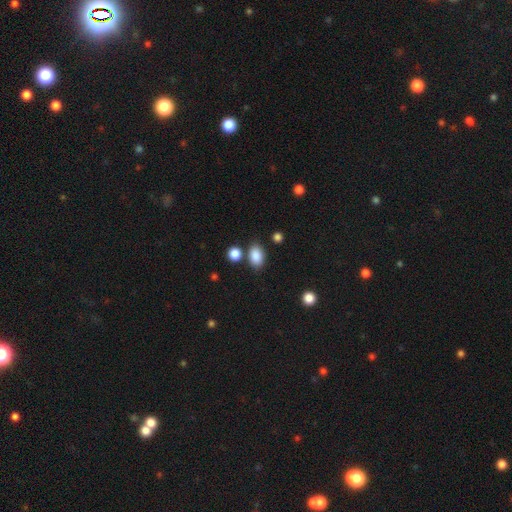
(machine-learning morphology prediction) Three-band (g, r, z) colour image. It shows a smooth galaxy with no disk features (87%) that is in between round and cigar-shaped (83%). Merging: none (75%).